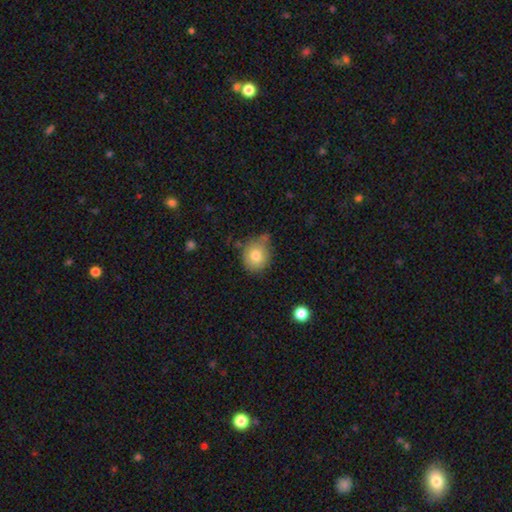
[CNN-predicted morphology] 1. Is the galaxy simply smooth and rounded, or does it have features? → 80% smooth, 11% featured or disk, 10% star or artifact.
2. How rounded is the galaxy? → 75% round, 24% in between, 1% cigar-shaped.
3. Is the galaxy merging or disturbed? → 58% none, 27% minor disturbance, 8% merger, 7% major disturbance.